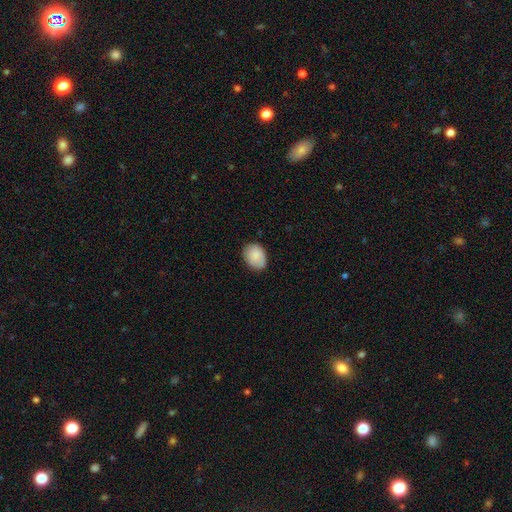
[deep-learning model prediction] The model was most divided on "how rounded": in between: 66%, round: 33%, cigar-shaped: 1%. More confident: smooth or featured — smooth (86%); merging — none (78%).